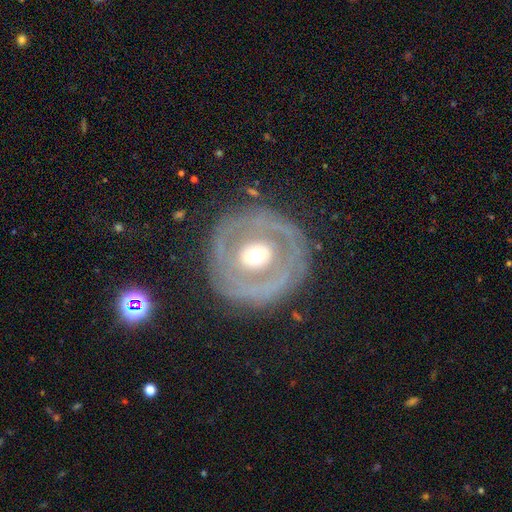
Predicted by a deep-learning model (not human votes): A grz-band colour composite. It shows a featured or disk galaxy (70%) with no bar (62%), no spiral arms (58%) and a moderate central bulge (67%). Merging: none (77%).